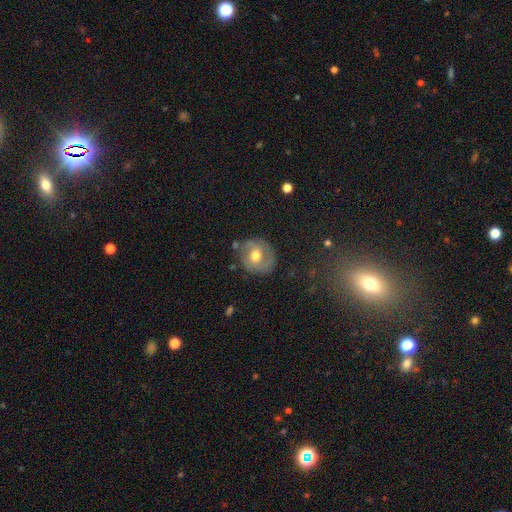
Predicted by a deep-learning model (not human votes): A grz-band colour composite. It shows a featured or disk galaxy (56%) with no bar (57%), spiral arms (71%) and a moderate central bulge (78%). Merging: none (74%).